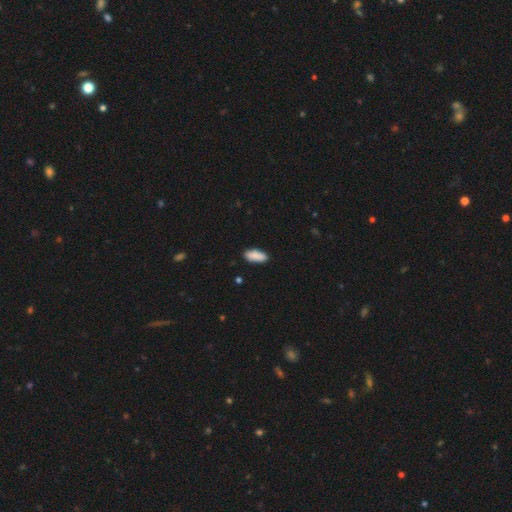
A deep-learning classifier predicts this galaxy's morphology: This appears to be a smooth galaxy with no disk features (89%) that is in between round and cigar-shaped (83%). Merging: none (84%).